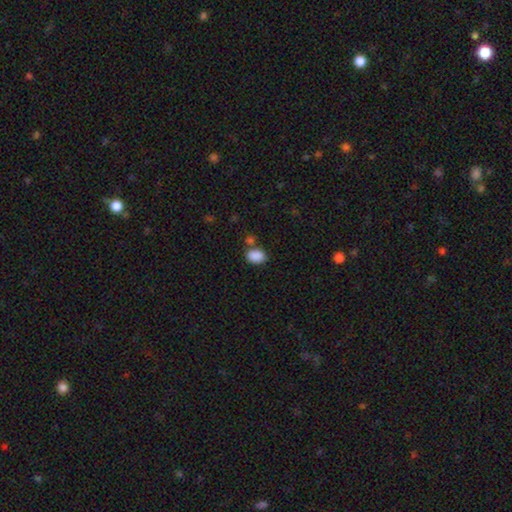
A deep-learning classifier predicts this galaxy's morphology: Smooth or featured? smooth (88%)
How rounded? in between (79%)
Merging? none (66%)